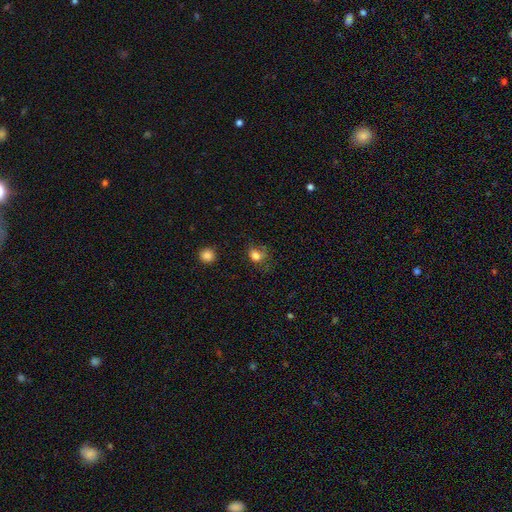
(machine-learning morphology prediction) Smooth or featured? Predicted: smooth (p=0.77). How rounded? Predicted: round (p=0.59). Merging? Predicted: none (p=0.53).